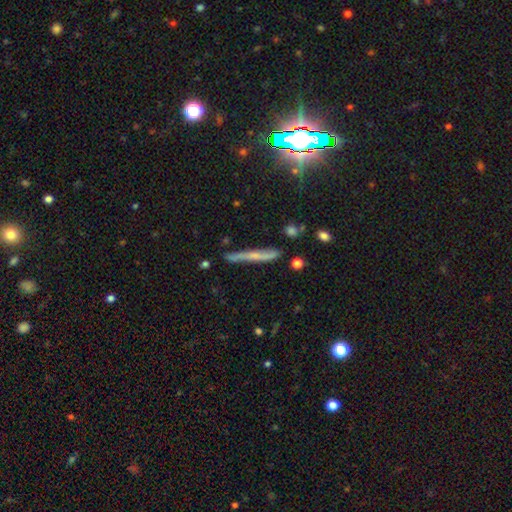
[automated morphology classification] A featured or disk galaxy (48%). Merging: none (75%).